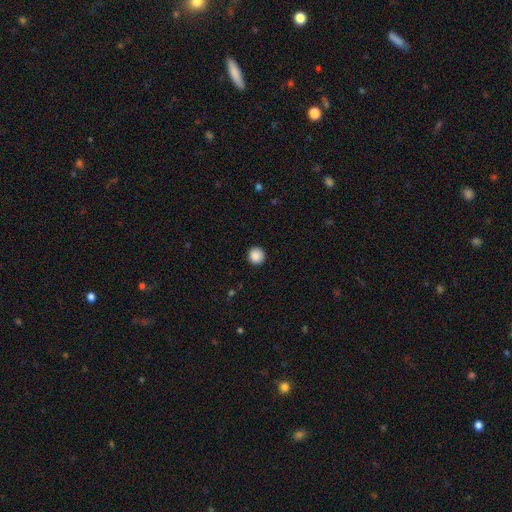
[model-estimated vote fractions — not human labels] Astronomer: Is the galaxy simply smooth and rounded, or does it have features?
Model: smooth — 88%.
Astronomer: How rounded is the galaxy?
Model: round — 94%.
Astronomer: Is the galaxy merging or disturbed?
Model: none — 92%.